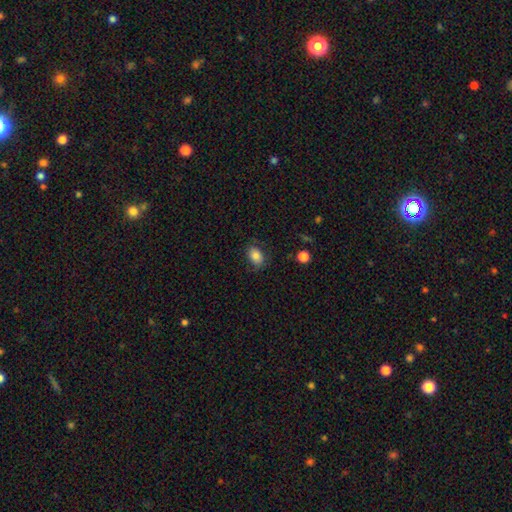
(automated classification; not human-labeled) Smooth or featured: smooth — 81% (featured or disk — 10%)
How rounded: in between — 79% (round — 20%)
Merging: none — 76% (minor disturbance — 17%)